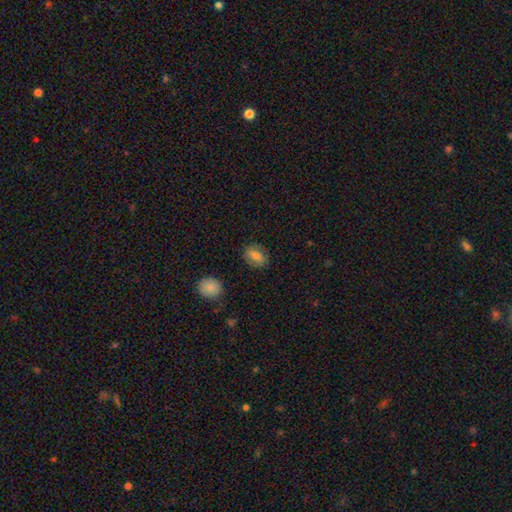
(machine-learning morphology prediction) The model was most divided on "how rounded": in between: 71%, round: 27%, cigar-shaped: 2%. More confident: merging — none (85%); smooth or featured — smooth (77%).